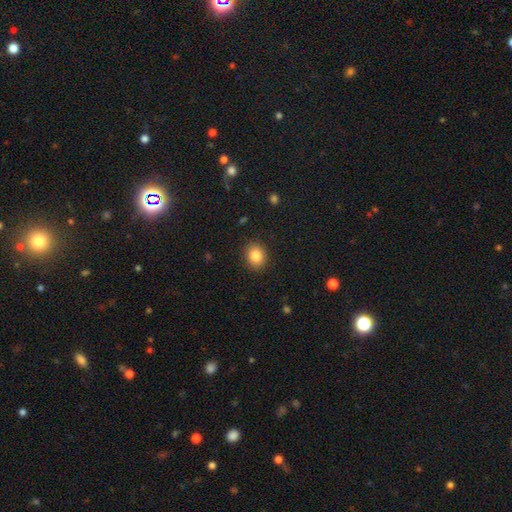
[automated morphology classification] This appears to be a smooth galaxy with no disk features (85%) that is round (67%). Merging: none (89%).